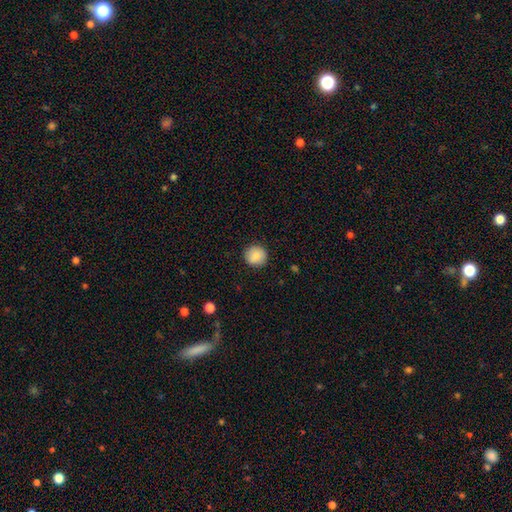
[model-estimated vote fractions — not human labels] Smooth or featured? Predicted: smooth (p=0.88). How rounded? Predicted: round (p=0.92). Merging? Predicted: none (p=0.90).